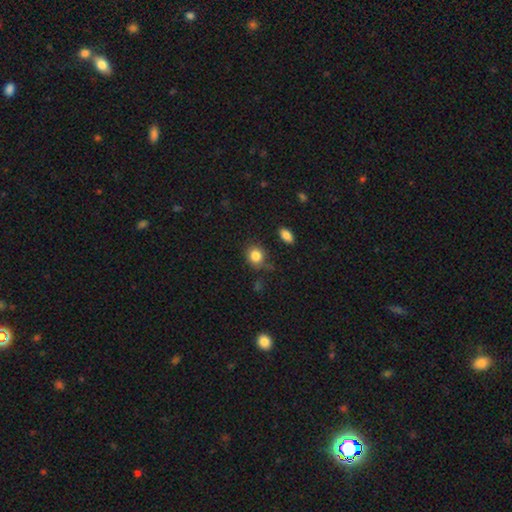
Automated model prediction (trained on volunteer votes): A smooth galaxy with no disk features (85%) that is round (76%). Merging: none (75%).